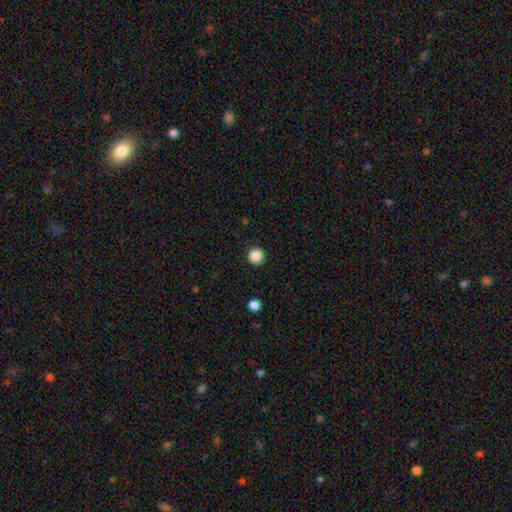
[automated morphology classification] type=smooth (87%); roundness=round (96%); merging=none (92%).